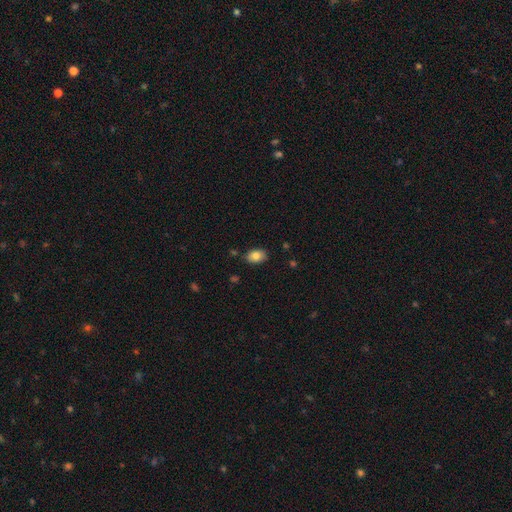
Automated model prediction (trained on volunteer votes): A smooth galaxy with no disk features (83%) that is in between round and cigar-shaped (84%). Merging: none (83%).